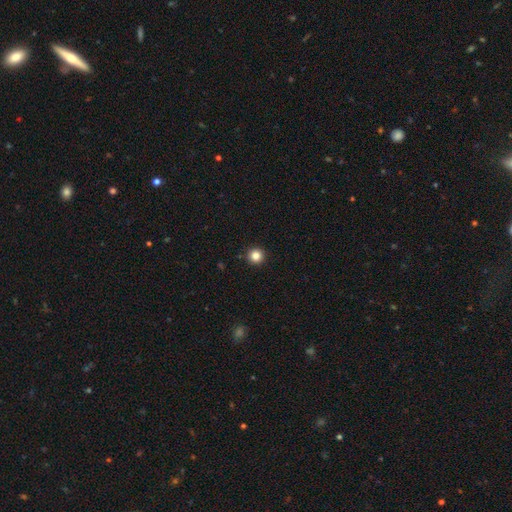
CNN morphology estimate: A smooth galaxy with no disk features (84%) that is round (96%). Merging: none (93%).